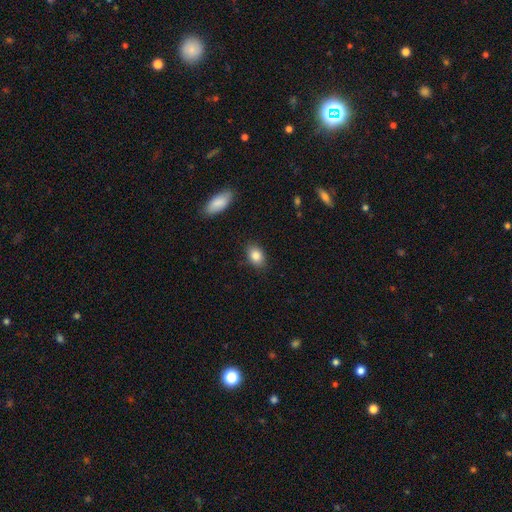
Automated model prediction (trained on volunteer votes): A smooth galaxy with no disk features (85%) that is in between round and cigar-shaped (79%).

Vote fractions:
- Smooth or featured? smooth: 85% / star or artifact: 8% / featured or disk: 7%
- How rounded? in between: 79% / round: 19% / cigar-shaped: 2%
- Merging? none: 85% / minor disturbance: 11% / major disturbance: 2% / merger: 1%